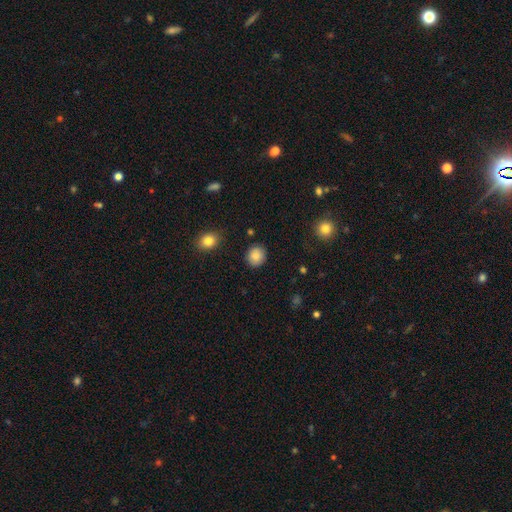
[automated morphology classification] Overall: smooth (86%). How rounded: round (78%). Merging: none (89%).